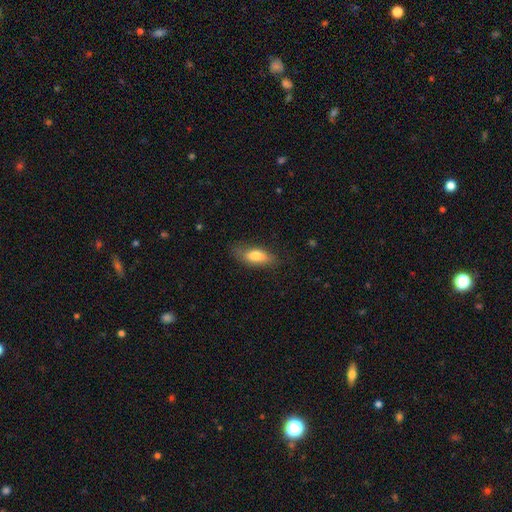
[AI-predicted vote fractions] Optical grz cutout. It shows a smooth galaxy with no disk features (73%) that is in between round and cigar-shaped (77%). Merging: none (65%).